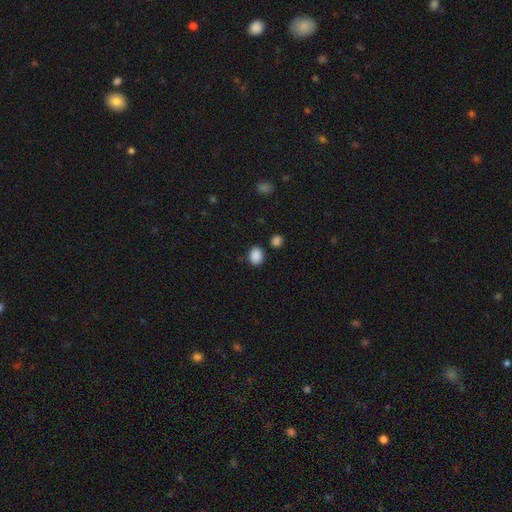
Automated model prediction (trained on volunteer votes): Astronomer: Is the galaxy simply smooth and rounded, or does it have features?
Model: smooth — 88%.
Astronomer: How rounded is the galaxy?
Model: in between — 60% (runner-up: round, 39%).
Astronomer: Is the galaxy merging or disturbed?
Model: none — 82%.